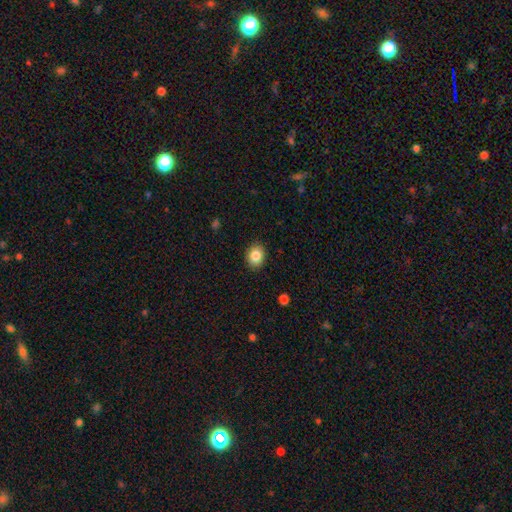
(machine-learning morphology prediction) Q: Smooth or featured?
A: smooth (85%); runner-up: star or artifact (9%)
Q: How rounded?
A: in between (52%); runner-up: round (47%)
Q: Merging?
A: none (89%); runner-up: minor disturbance (8%)